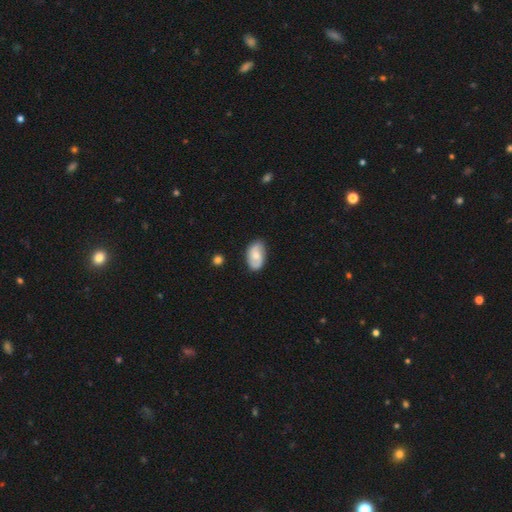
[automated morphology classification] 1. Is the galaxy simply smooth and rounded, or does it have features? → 48% smooth, 46% featured or disk, 6% star or artifact.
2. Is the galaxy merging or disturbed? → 79% none, 17% minor disturbance, 3% major disturbance, 2% merger.